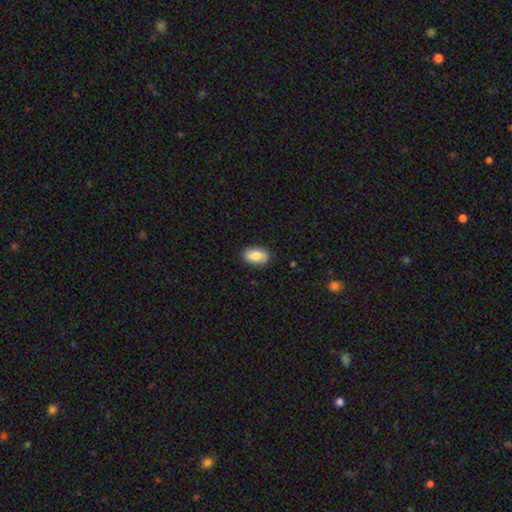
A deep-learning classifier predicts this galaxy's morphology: smooth-or-featured: smooth: 81% | featured or disk: 12% | star or artifact: 7%
  how-rounded: in between: 92% | round: 6% | cigar-shaped: 2%
  merging: none: 85% | minor disturbance: 12% | major disturbance: 2% | merger: 1%